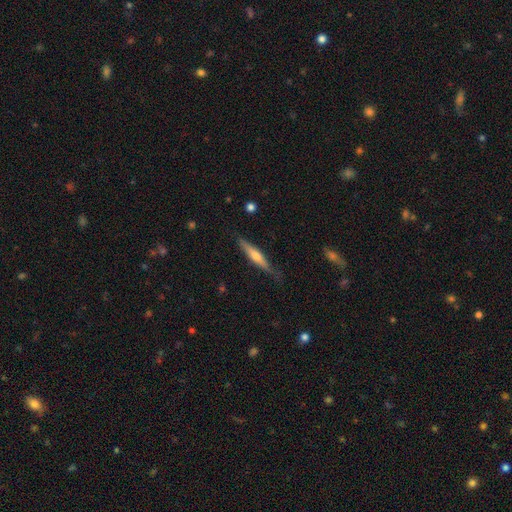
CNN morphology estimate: Q: Smooth or featured?
A: featured or disk (51%); runner-up: smooth (43%)
Q: Edge-on disk?
A: yes (95%); runner-up: no (5%)
Q: Merging?
A: none (77%); runner-up: minor disturbance (18%)